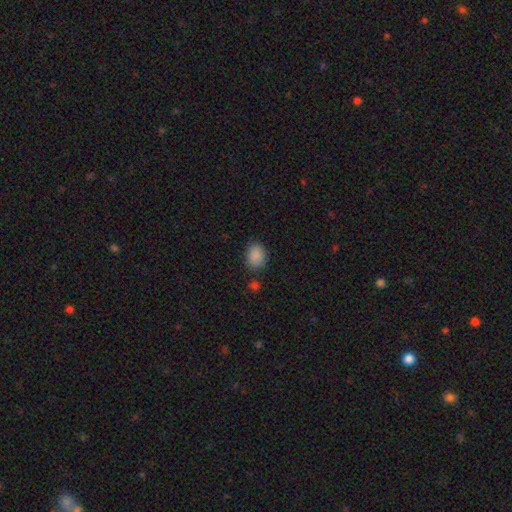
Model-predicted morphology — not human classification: smooth-or-featured: smooth: 88% | star or artifact: 9% | featured or disk: 3%
  how-rounded: in between: 59% | round: 40% | cigar-shaped: 1%
  merging: none: 77% | minor disturbance: 15% | merger: 4% | major disturbance: 4%